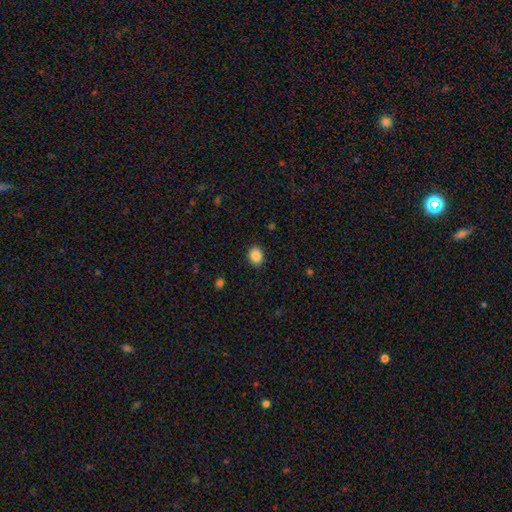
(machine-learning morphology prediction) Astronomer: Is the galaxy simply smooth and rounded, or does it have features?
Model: smooth — 88%.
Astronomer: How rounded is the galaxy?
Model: round — 58% (runner-up: in between, 41%).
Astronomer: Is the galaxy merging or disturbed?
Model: none — 89%.